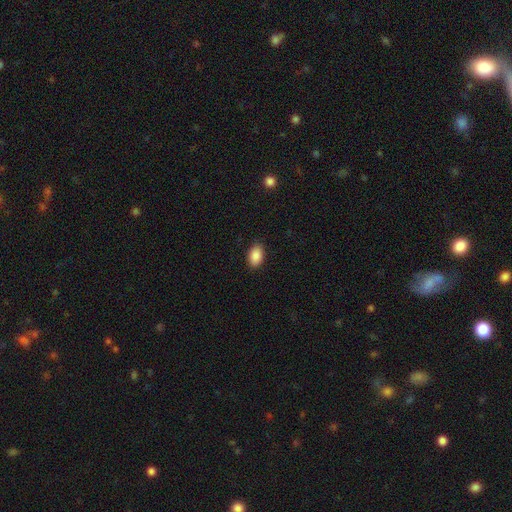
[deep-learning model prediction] smooth 89%, star or artifact 7%, featured or disk 4%. Down the decision tree: how rounded — in between (89%); merging — none (87%).